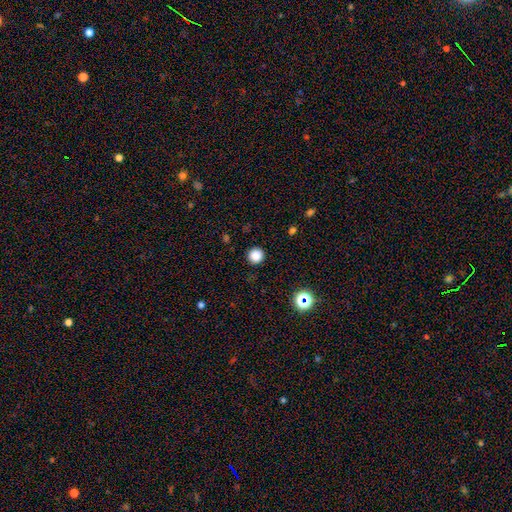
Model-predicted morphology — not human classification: This appears to be a smooth galaxy with no disk features (84%) that is round (95%). Merging: none (92%).